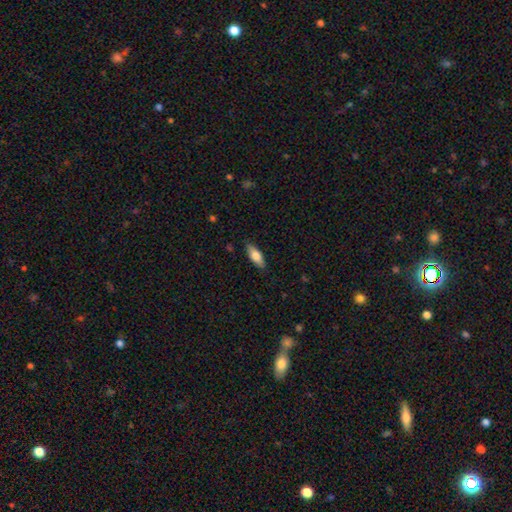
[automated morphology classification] The model was most divided on "how rounded": in between: 71%, cigar-shaped: 27%, round: 2%. More confident: merging — none (87%); smooth or featured — smooth (75%).